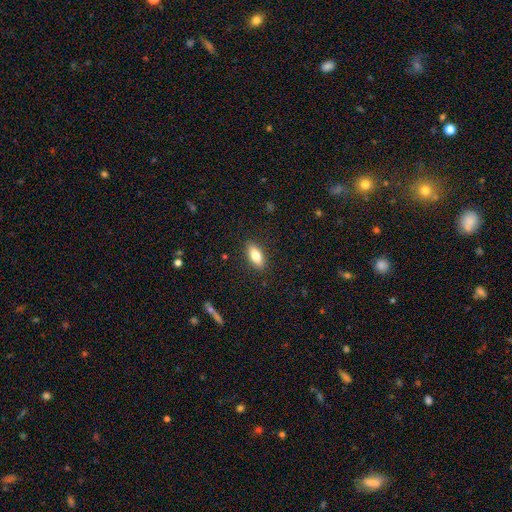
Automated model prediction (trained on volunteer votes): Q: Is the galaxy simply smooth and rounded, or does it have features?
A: smooth — 78%.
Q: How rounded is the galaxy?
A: in between — 81%.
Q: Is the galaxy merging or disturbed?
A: none — 88%.